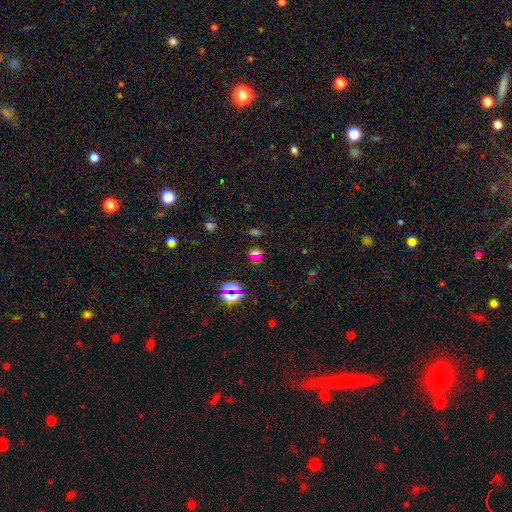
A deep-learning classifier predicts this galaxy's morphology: Smooth or featured? smooth (51%)
How rounded? round (68%)
Merging? none (69%)